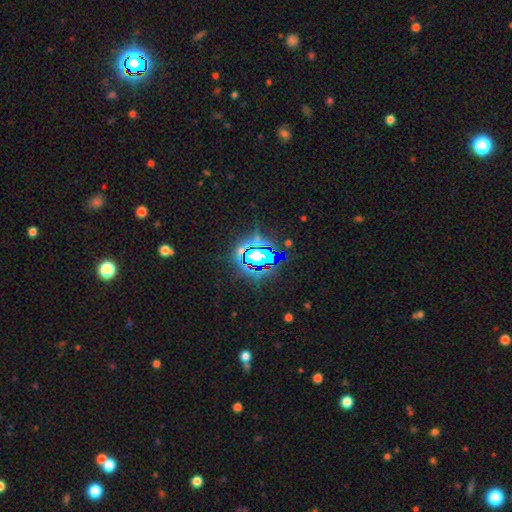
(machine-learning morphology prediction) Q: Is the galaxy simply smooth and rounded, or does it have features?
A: star or artifact — 66%.